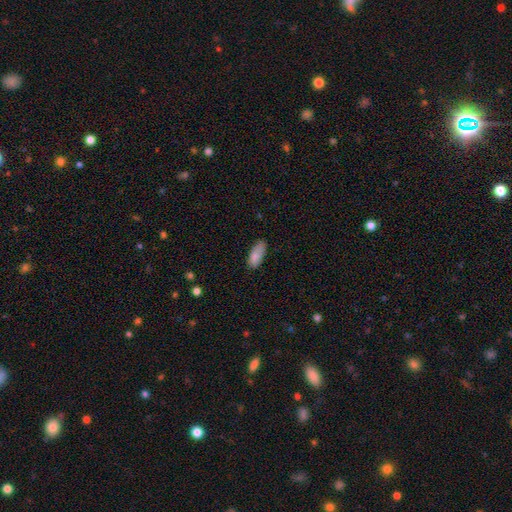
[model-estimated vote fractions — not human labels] Smooth or featured? smooth (85%)
How rounded? in between (78%)
Merging? none (68%)